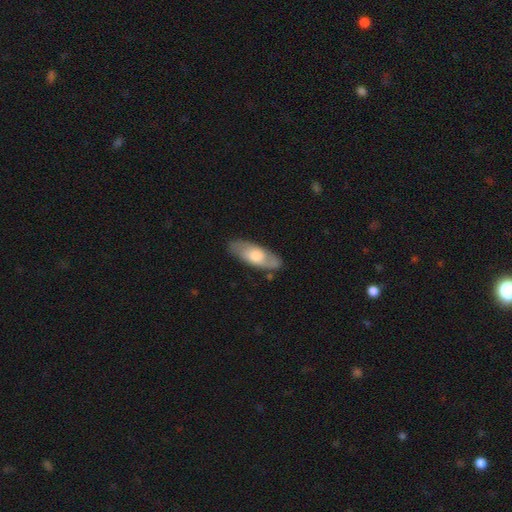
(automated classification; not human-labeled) Smooth or featured: smooth — 50% (featured or disk — 44%)
How rounded: in between — 67% (cigar-shaped — 31%)
Merging: none — 83% (minor disturbance — 13%)